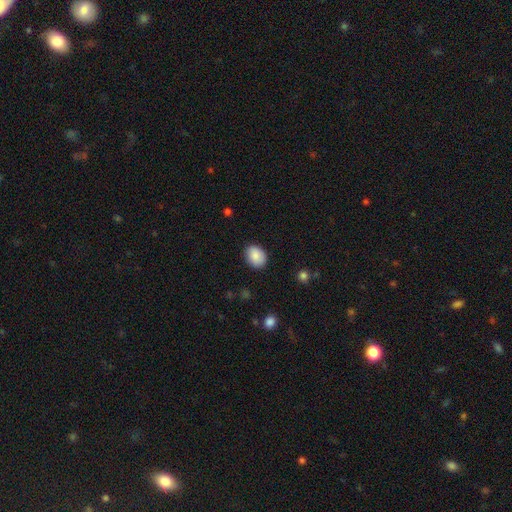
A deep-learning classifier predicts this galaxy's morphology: A smooth galaxy with no disk features (87%) that is in between round and cigar-shaped (69%). Merging: none (86%).